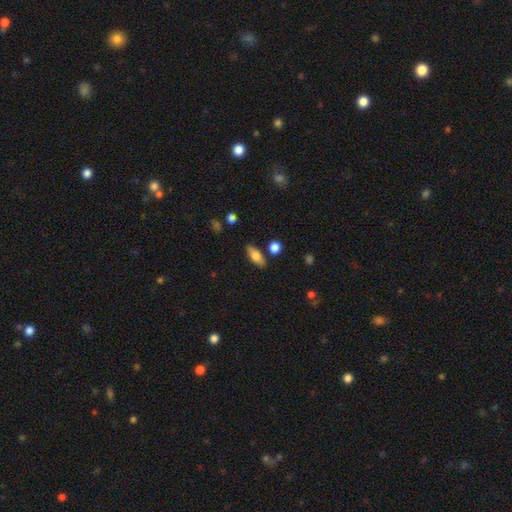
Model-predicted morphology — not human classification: A smooth galaxy with no disk features (71%) that is in between round and cigar-shaped (73%).

Vote fractions:
- Smooth or featured? smooth: 71% / featured or disk: 22% / star or artifact: 7%
- How rounded? in between: 73% / cigar-shaped: 23% / round: 4%
- Merging? none: 81% / minor disturbance: 11% / merger: 5% / major disturbance: 3%